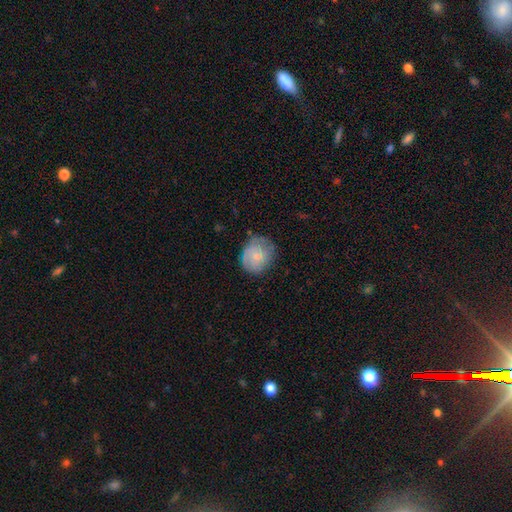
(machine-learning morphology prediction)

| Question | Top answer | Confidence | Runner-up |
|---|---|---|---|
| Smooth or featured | smooth | 67% | featured or disk (26%) |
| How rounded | round | 77% | in between (22%) |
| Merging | none | 66% | minor disturbance (24%) |